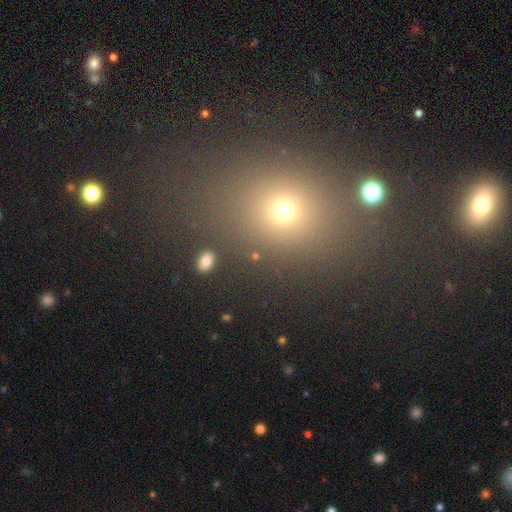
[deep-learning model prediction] The model was most divided on "how rounded": round: 49%, in between: 48%, cigar-shaped: 3%. More confident: merging — none (80%); smooth or featured — smooth (65%).